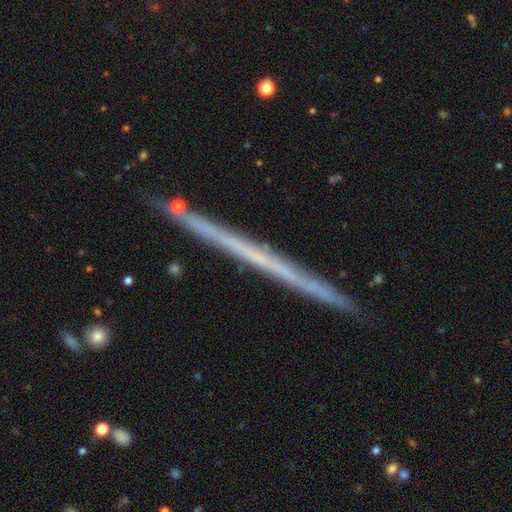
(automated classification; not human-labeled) Smooth or featured? featured or disk (64%)
Edge-on disk? yes (97%)
Edge-on bulge? none (93%)
Merging? none (90%)